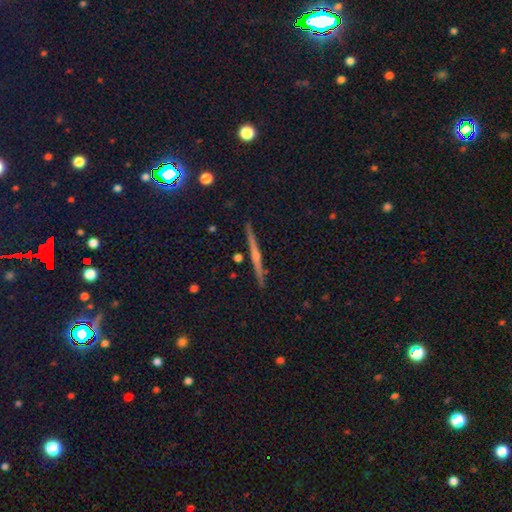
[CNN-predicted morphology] Smooth or featured?
  - featured or disk: 74% *
  - smooth: 18%
  - star or artifact: 9%
Edge-on disk?
  - yes: 98% *
  - no: 2%
Edge-on bulge?
  - rounded: 71% *
  - none: 24%
  - boxy: 5%
Merging?
  - none: 91% *
  - minor disturbance: 6%
  - merger: 2%
  - major disturbance: 1%